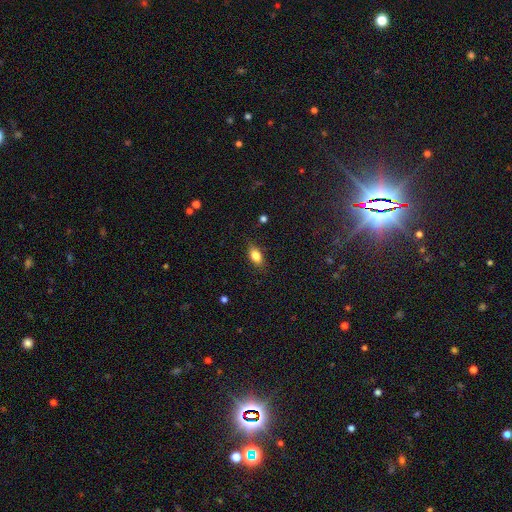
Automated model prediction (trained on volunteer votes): The model was most divided on "smooth or featured": smooth: 80%, featured or disk: 11%, star or artifact: 9%. More confident: how rounded — in between (84%); merging — none (83%).